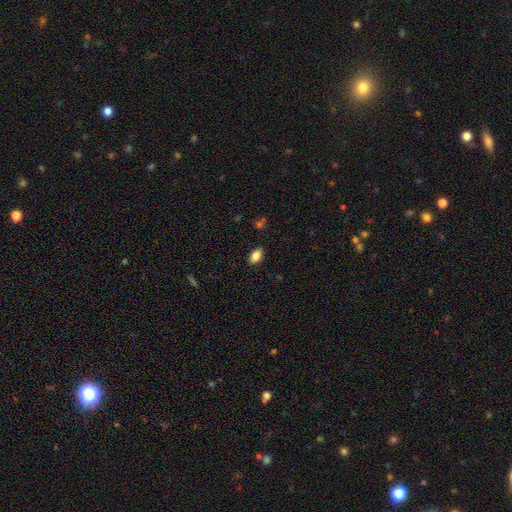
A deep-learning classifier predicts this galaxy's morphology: smooth_or_featured: smooth (p=0.82) [alt: featured or disk p=0.09]
how_rounded: in between (p=0.89) [alt: round p=0.08]
merging: none (p=0.86) [alt: minor disturbance p=0.10]